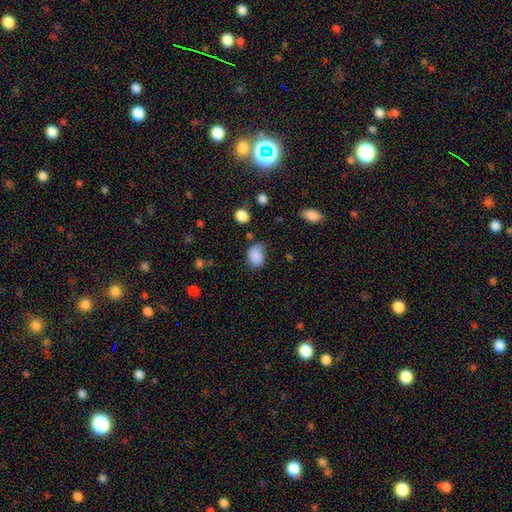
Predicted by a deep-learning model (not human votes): This appears to be a smooth galaxy with no disk features (85%) that is in between round and cigar-shaped (67%). Merging: none (56%).